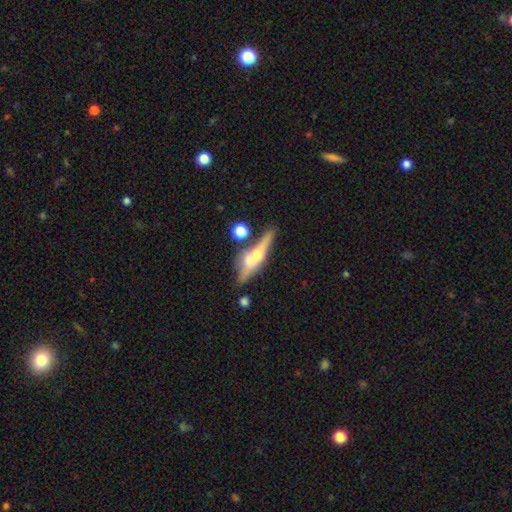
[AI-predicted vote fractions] Smooth or featured?
  - featured or disk: 62% *
  - smooth: 30%
  - star or artifact: 8%
Edge-on disk?
  - yes: 90% *
  - no: 10%
Edge-on bulge?
  - rounded: 91% *
  - boxy: 5%
  - none: 4%
Merging?
  - none: 58% *
  - merger: 19%
  - minor disturbance: 16%
  - major disturbance: 7%